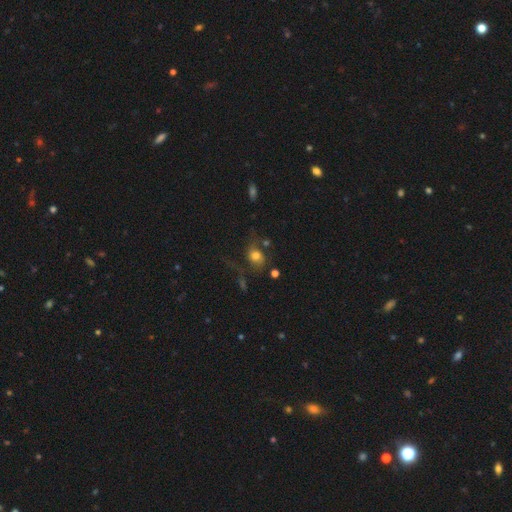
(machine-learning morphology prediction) Smooth or featured: smooth — 57% (featured or disk — 29%)
How rounded: round — 54% (in between — 44%)
Merging: none — 42% (major disturbance — 31%)